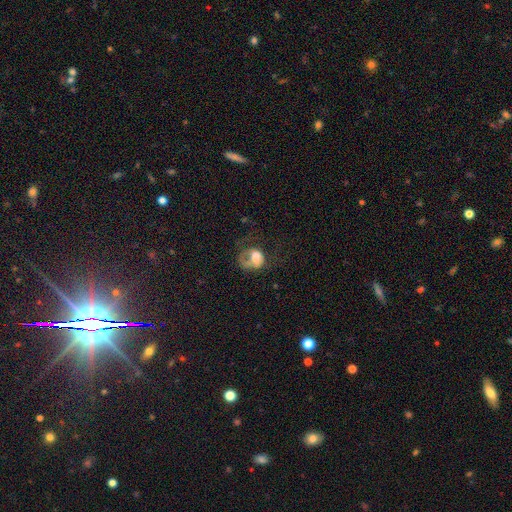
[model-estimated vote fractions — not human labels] smooth 54%, featured or disk 36%, star or artifact 10%. Down the decision tree: how rounded — in between (50%); merging — major disturbance (53%).